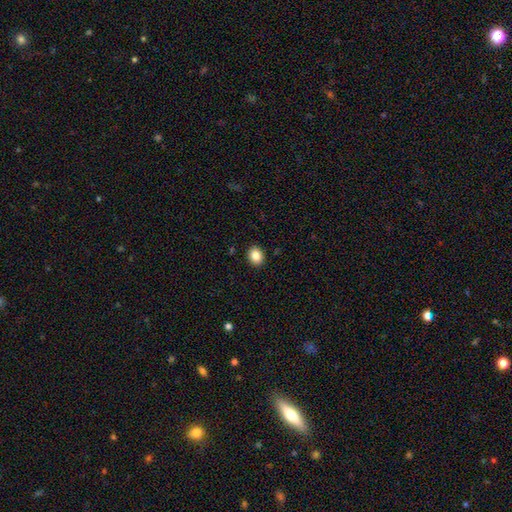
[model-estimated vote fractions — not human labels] This is clearly a smooth galaxy (86%). How rounded: likely round (62%). Merging: clearly none (91%).